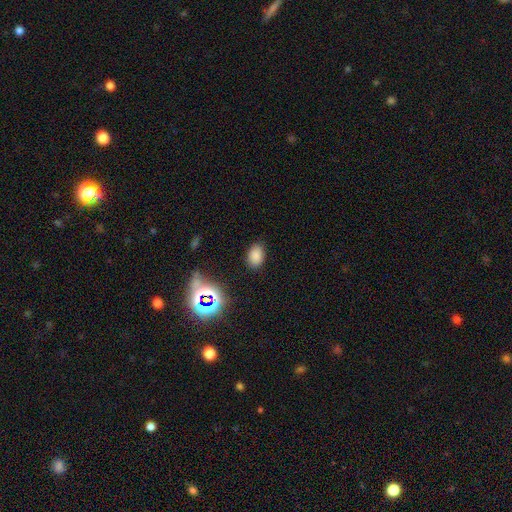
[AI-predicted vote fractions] smooth-or-featured: smooth: 78% | star or artifact: 16% | featured or disk: 5%
  how-rounded: in between: 83% | round: 15% | cigar-shaped: 1%
  merging: none: 83% | minor disturbance: 12% | major disturbance: 3% | merger: 2%